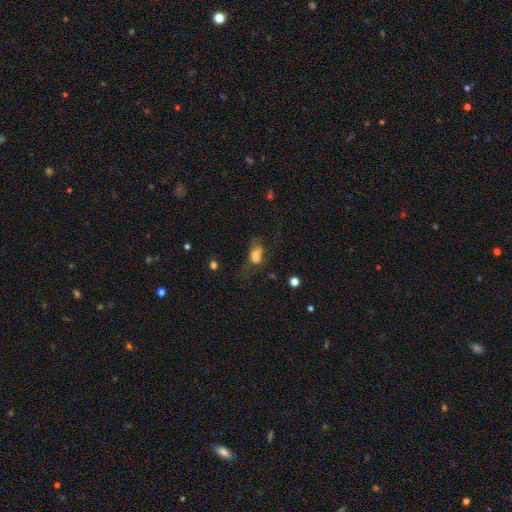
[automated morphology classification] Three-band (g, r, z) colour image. It shows a smooth galaxy with no disk features (70%) that is in between round and cigar-shaped (79%). Merging: major disturbance (35%, tied with none).